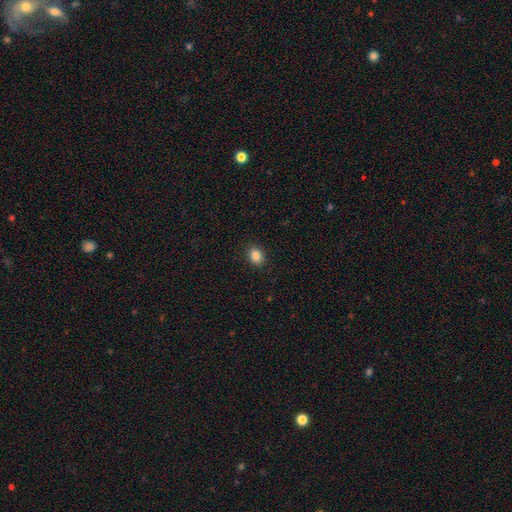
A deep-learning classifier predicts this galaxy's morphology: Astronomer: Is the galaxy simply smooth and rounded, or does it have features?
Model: smooth — 85%.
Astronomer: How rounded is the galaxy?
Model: in between — 52% (runner-up: round, 47%).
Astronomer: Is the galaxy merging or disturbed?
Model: none — 90%.